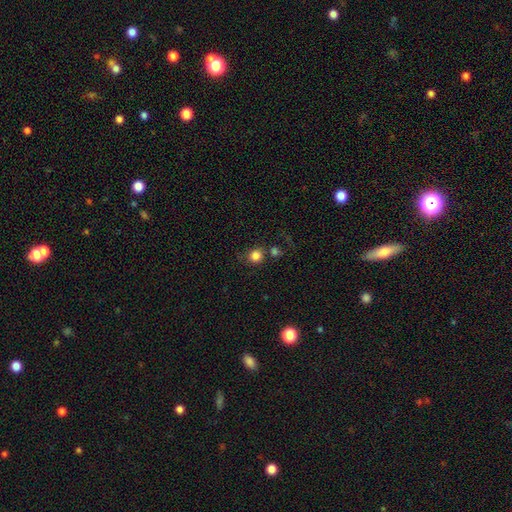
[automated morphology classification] This appears to be a smooth galaxy with no disk features (82%) that is round (84%). Merging: none (63%).